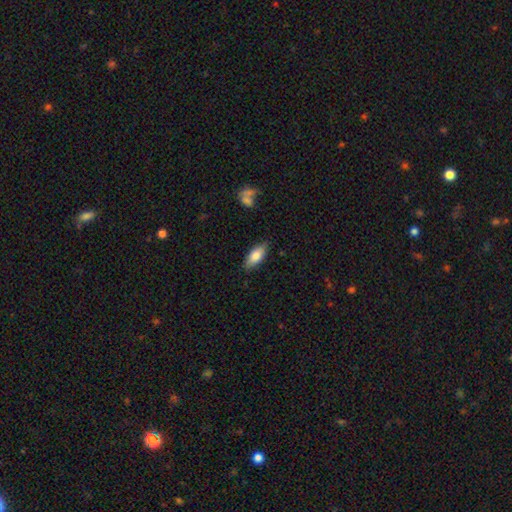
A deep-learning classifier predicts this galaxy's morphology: The model was most divided on "smooth or featured": smooth: 78%, featured or disk: 15%, star or artifact: 6%. More confident: merging — none (84%); how rounded — in between (80%).